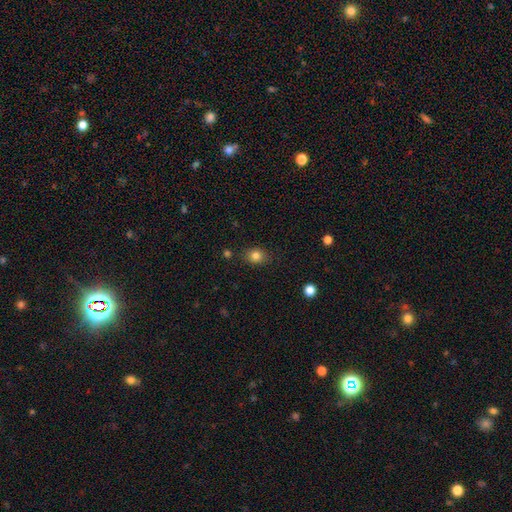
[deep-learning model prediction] smooth-or-featured: smooth: 83% | star or artifact: 11% | featured or disk: 6%
  how-rounded: round: 54% | in between: 45% | cigar-shaped: 1%
  merging: none: 83% | minor disturbance: 12% | major disturbance: 3% | merger: 2%